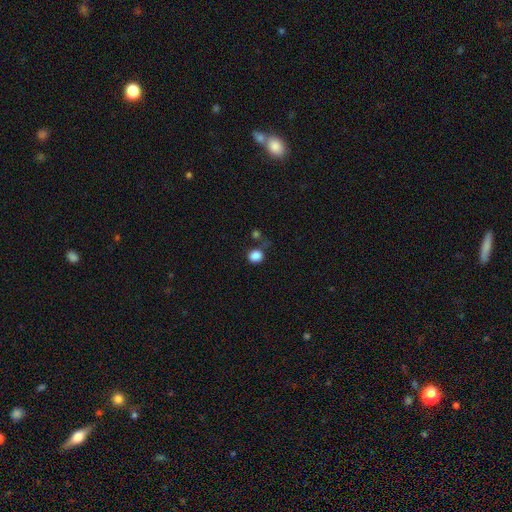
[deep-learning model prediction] Smooth or featured? smooth (86%)
How rounded? round (79%)
Merging? none (69%)